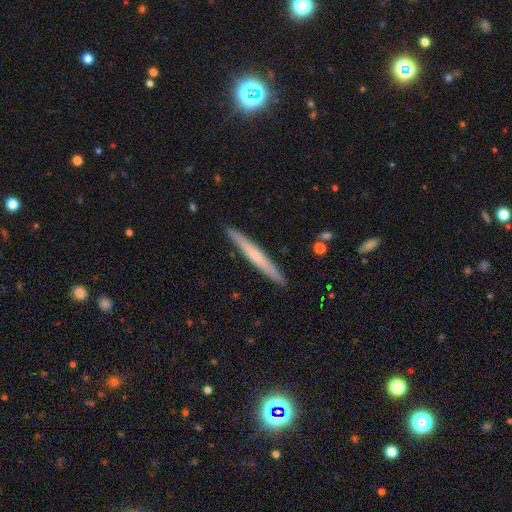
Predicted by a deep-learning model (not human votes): Morphology: type=smooth (51%); roundness=cigar-shaped (97%); merging=none (91%).